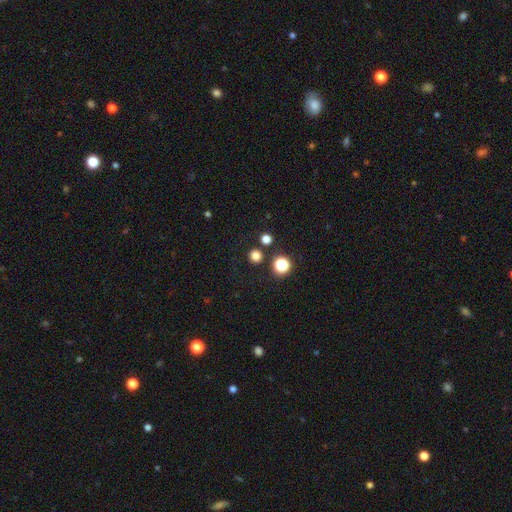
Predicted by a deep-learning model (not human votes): The model was most divided on "smooth or featured": smooth: 76%, star or artifact: 20%, featured or disk: 4%. More confident: how rounded — round (94%); merging — none (87%).